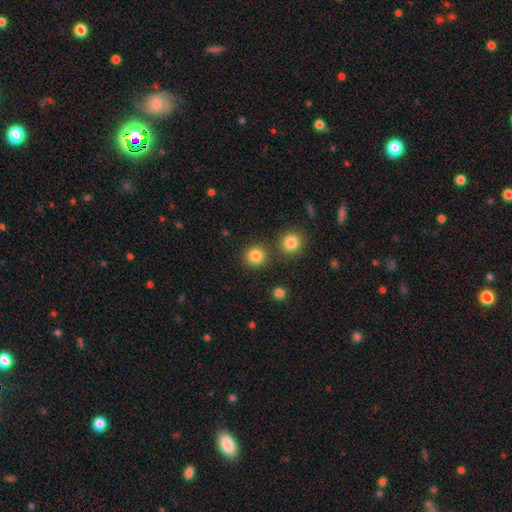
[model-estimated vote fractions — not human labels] smooth-or-featured: smooth: 85% | star or artifact: 11% | featured or disk: 4%
  how-rounded: round: 91% | in between: 8% | cigar-shaped: 1%
  merging: none: 81% | merger: 10% | minor disturbance: 6% | major disturbance: 3%